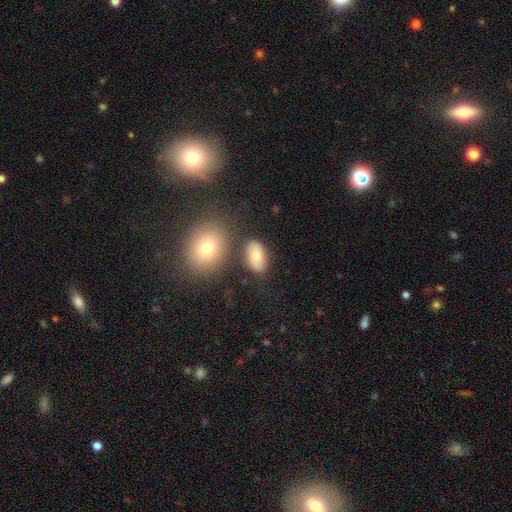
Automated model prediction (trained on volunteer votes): Smooth or featured?
  - smooth: 73% *
  - featured or disk: 18%
  - star or artifact: 9%
How rounded?
  - in between: 88% *
  - round: 10%
  - cigar-shaped: 2%
Merging?
  - none: 71% *
  - minor disturbance: 14%
  - merger: 11%
  - major disturbance: 5%